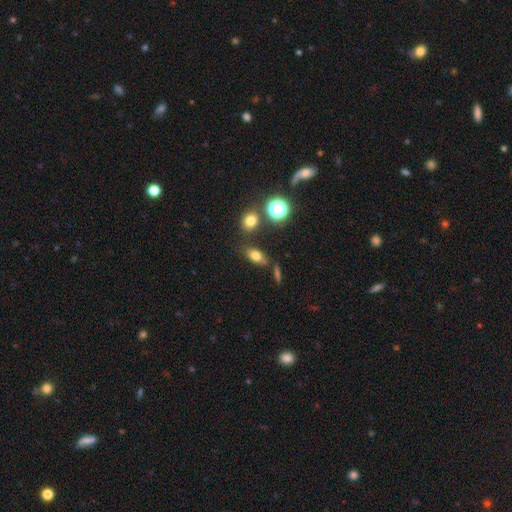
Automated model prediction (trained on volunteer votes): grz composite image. It shows a smooth galaxy with no disk features (73%) that is in between round and cigar-shaped (74%). Merging: none (70%).